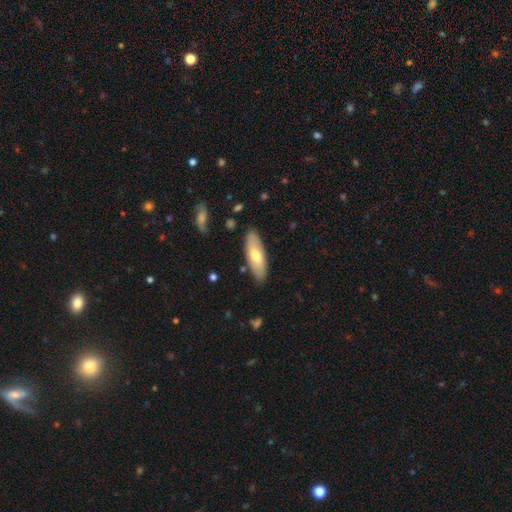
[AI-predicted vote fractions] smooth-or-featured: smooth: 63% | featured or disk: 32% | star or artifact: 5%
  how-rounded: in between: 68% | cigar-shaped: 30% | round: 2%
  merging: none: 84% | minor disturbance: 12% | major disturbance: 2% | merger: 2%